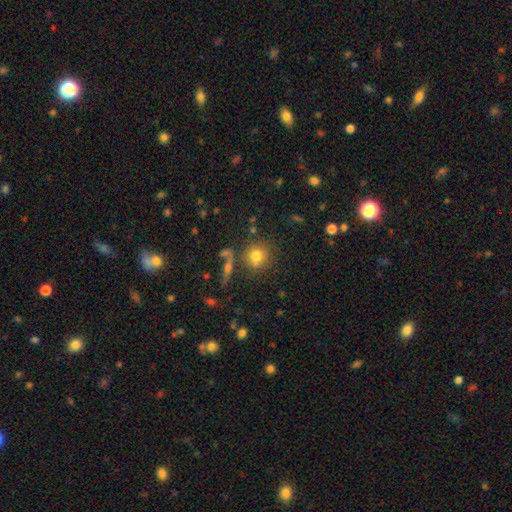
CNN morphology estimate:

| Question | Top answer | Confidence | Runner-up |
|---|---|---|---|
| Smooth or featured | smooth | 65% | star or artifact (27%) |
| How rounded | round | 90% | in between (9%) |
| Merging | none | 81% | minor disturbance (8%) |